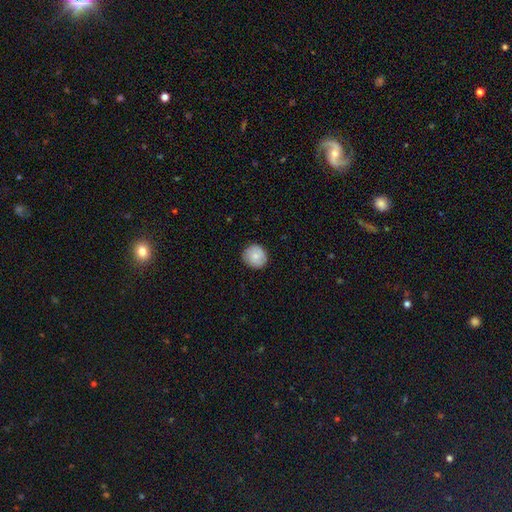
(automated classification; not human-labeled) A smooth galaxy with no disk features (79%) that is round (88%).

Vote fractions:
- Smooth or featured? smooth: 79% / featured or disk: 15% / star or artifact: 7%
- How rounded? round: 88% / in between: 11% / cigar-shaped: 1%
- Merging? none: 87% / minor disturbance: 10% / major disturbance: 2% / merger: 1%